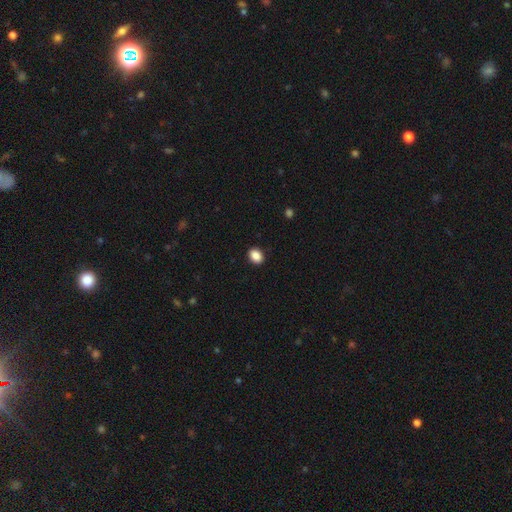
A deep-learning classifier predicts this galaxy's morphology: Smooth or featured? smooth (89%)
How rounded? in between (65%)
Merging? none (91%)